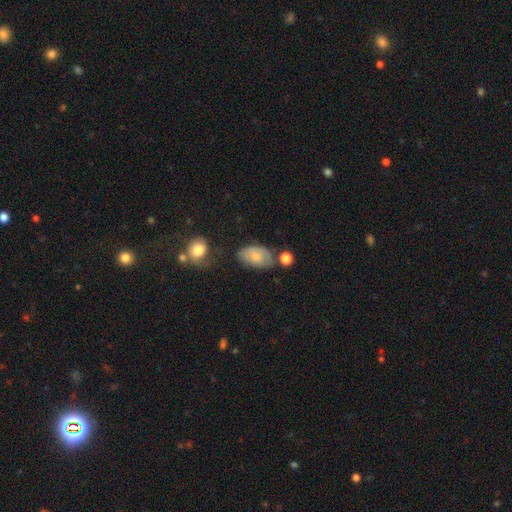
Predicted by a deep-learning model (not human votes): smooth 62%, featured or disk 31%, star or artifact 8%. Down the decision tree: how rounded — in between (89%); merging — none (46%).